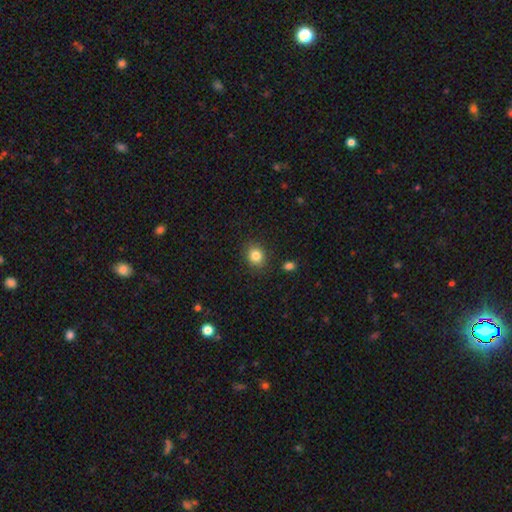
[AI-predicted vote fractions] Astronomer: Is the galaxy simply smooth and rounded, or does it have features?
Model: smooth — 83%.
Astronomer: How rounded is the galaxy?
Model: round — 67%.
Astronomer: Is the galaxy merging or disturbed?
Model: none — 87%.